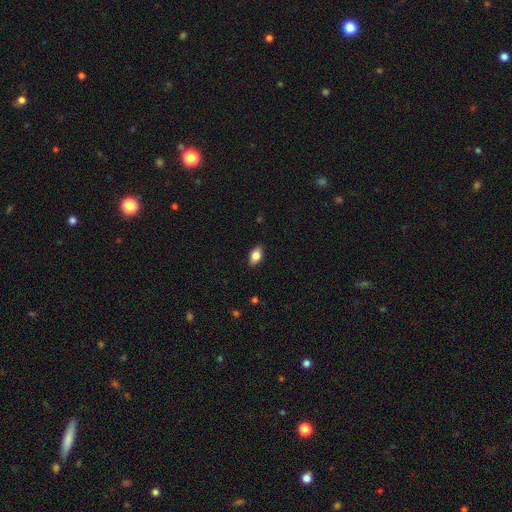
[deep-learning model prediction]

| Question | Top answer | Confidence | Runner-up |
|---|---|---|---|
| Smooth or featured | smooth | 81% | featured or disk (11%) |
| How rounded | in between | 90% | round (8%) |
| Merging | none | 88% | minor disturbance (9%) |